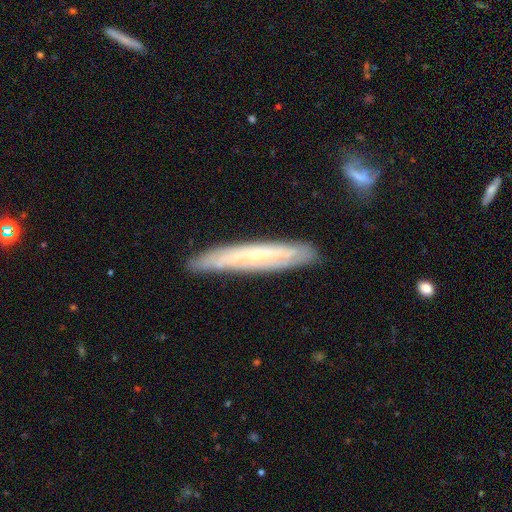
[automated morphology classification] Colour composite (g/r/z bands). It shows a featured or disk galaxy (65%) viewed edge-on (61%). Merging: none (83%).